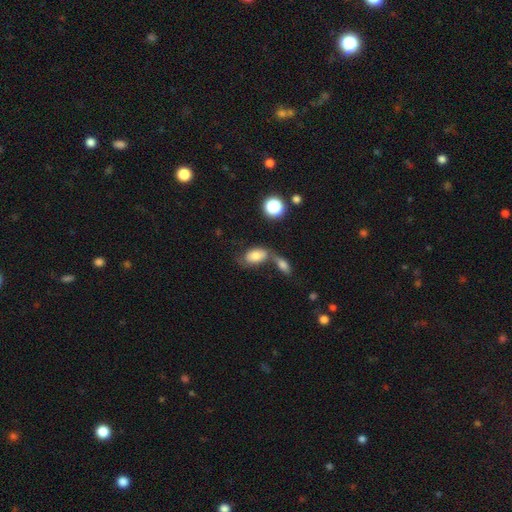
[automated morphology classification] Smooth or featured? Predicted: smooth (p=0.75). How rounded? Predicted: in between (p=0.90). Merging? Predicted: merger (p=0.41).